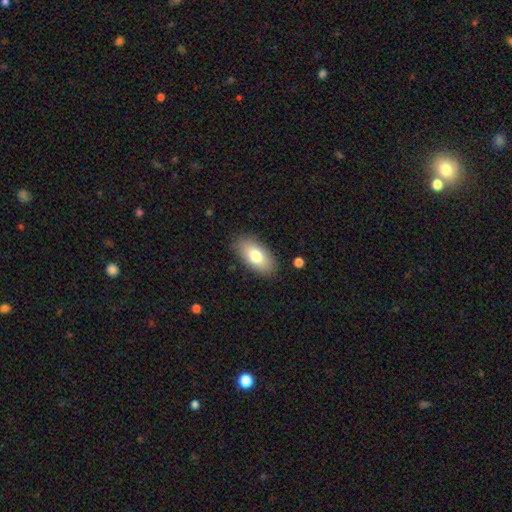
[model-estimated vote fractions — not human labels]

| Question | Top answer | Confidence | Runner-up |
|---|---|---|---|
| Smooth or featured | smooth | 77% | featured or disk (16%) |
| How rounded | in between | 92% | cigar-shaped (5%) |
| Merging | none | 86% | minor disturbance (10%) |